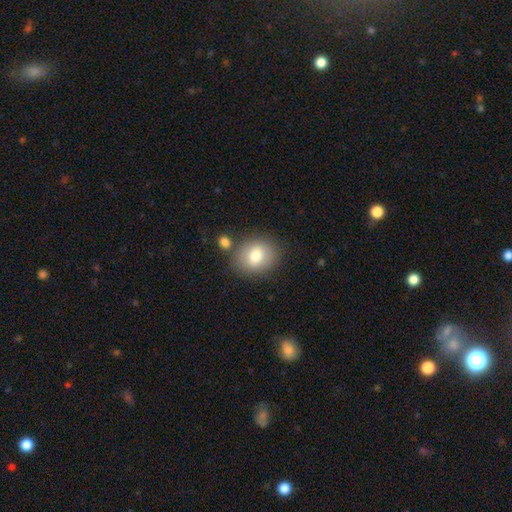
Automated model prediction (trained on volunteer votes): Overall: smooth (79%). How rounded: round (66%; in between 33%). Merging: none (76%).